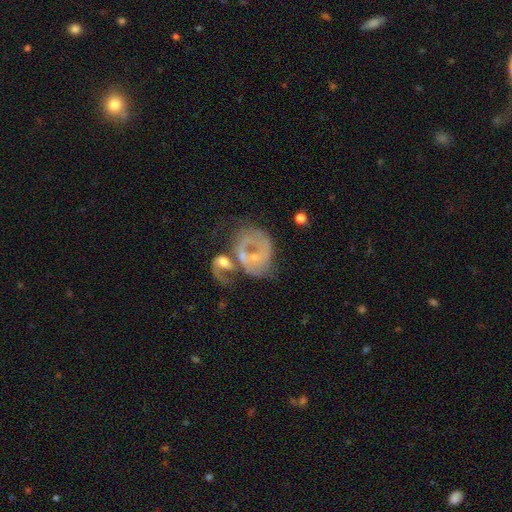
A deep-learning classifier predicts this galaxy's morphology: Overall: featured or disk (74%). Edge-on disk: no (97%). Bar: no (59%; weak 32%). Spiral arms: yes (75%). Spiral arm count: 2 (48%; 1 24%). Spiral winding: medium (41%; tight 30%). Bulge size: small (57%; moderate 25%). Merging: merger (53%; major disturbance 18%).